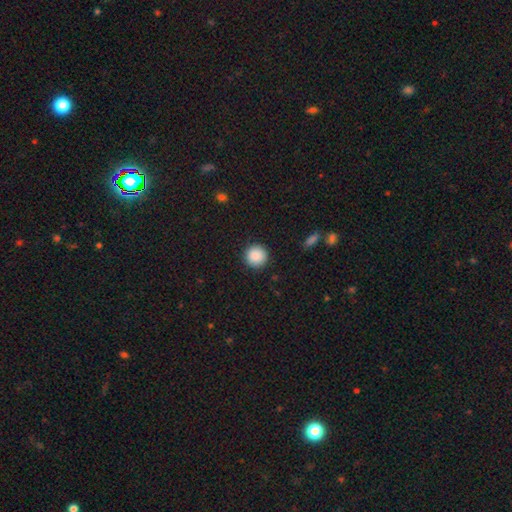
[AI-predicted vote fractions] Morphology: type=smooth (88%); roundness=round (96%); merging=none (92%).